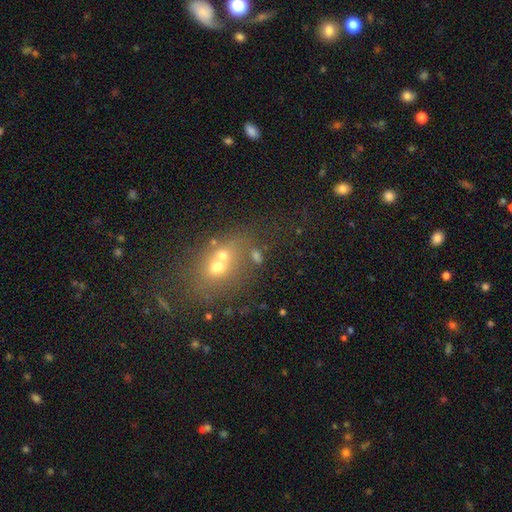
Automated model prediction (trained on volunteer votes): smooth_or_featured: smooth (p=0.50) [alt: featured or disk p=0.26]
merging: merger (p=0.47) [alt: none p=0.36]